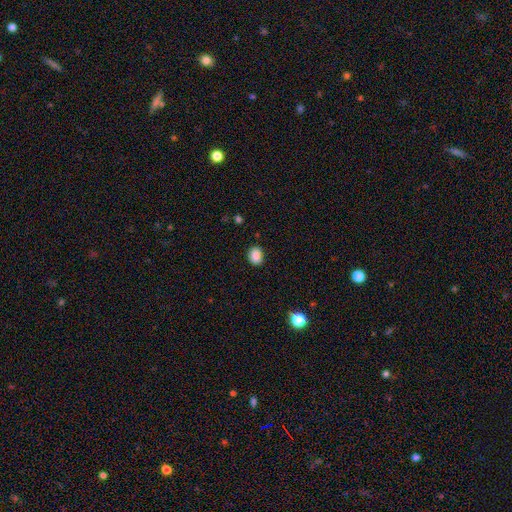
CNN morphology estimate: Smooth or featured? Predicted: smooth (p=0.88). How rounded? Predicted: in between (p=0.61). Merging? Predicted: none (p=0.88).